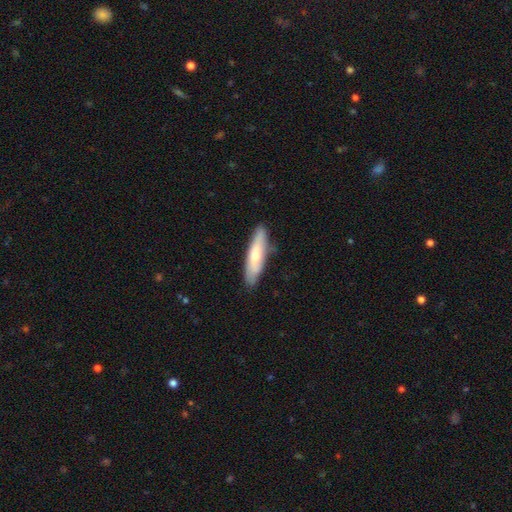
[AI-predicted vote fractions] A smooth galaxy with no disk features (64%) that is cigar-shaped (73%).

Vote fractions:
- Smooth or featured? smooth: 64% / featured or disk: 30% / star or artifact: 6%
- How rounded? cigar-shaped: 73% / in between: 26% / round: 2%
- Merging? none: 79% / minor disturbance: 16% / major disturbance: 3% / merger: 2%